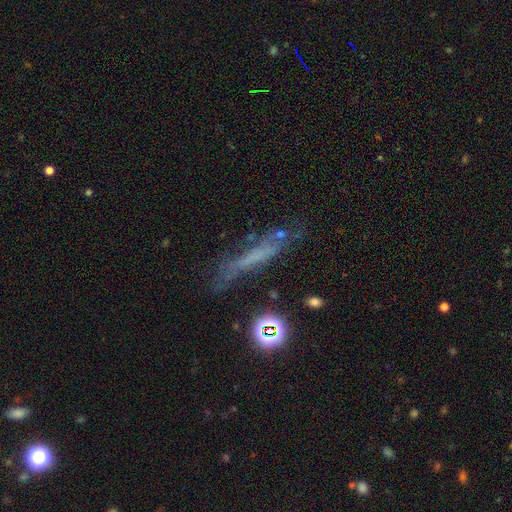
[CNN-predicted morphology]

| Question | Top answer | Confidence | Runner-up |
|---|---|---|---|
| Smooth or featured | featured or disk | 44% | smooth (33%) |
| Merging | none | 58% | minor disturbance (22%) |